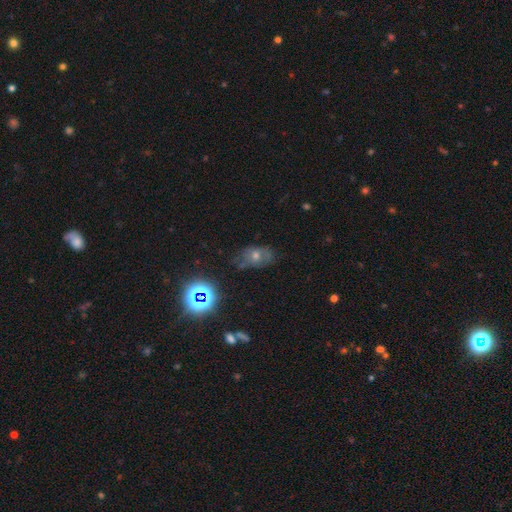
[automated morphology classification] Smooth or featured? smooth (37%)
Merging? none (66%)